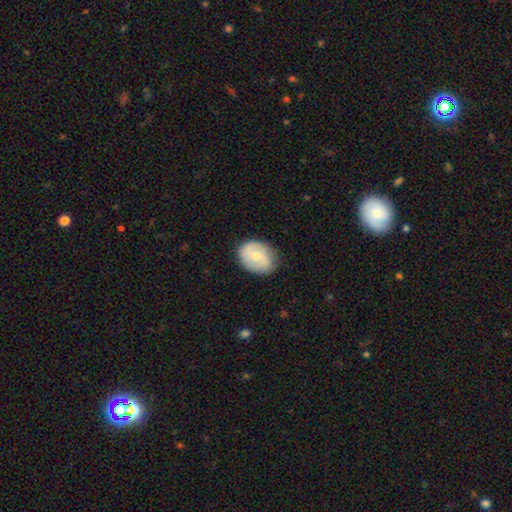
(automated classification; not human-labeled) featured or disk 51%, smooth 43%, star or artifact 6%. Down the decision tree: edge-on disk — no (97%); merging — none (76%).